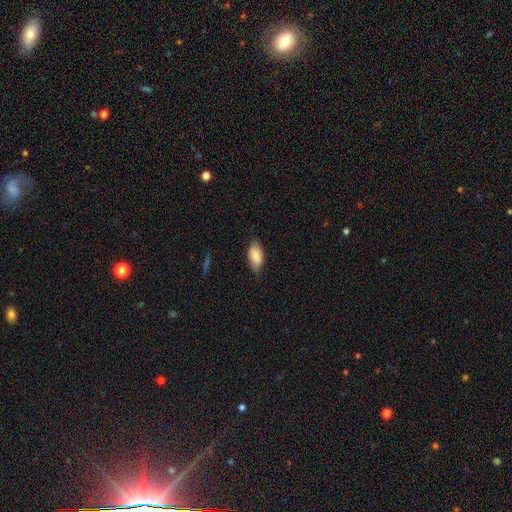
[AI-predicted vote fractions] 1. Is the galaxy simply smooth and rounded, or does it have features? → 82% smooth, 11% featured or disk, 6% star or artifact.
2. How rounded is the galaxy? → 92% in between, 6% cigar-shaped, 3% round.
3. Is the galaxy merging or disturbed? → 75% none, 20% minor disturbance, 4% major disturbance, 1% merger.